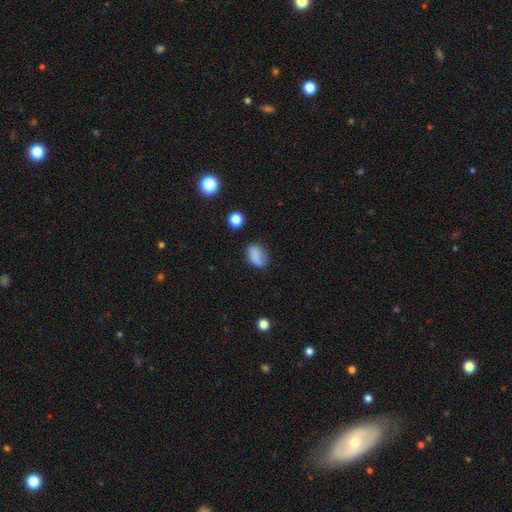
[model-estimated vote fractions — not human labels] smooth 75%, featured or disk 14%, star or artifact 11%. Down the decision tree: how rounded — in between (79%); merging — none (61%).